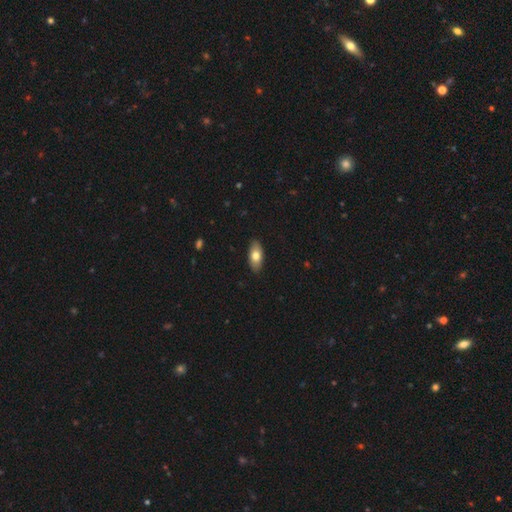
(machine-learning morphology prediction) smooth-or-featured: smooth: 75% | featured or disk: 19% | star or artifact: 6%
  how-rounded: in between: 89% | cigar-shaped: 8% | round: 3%
  merging: none: 89% | minor disturbance: 9% | major disturbance: 2% | merger: 1%